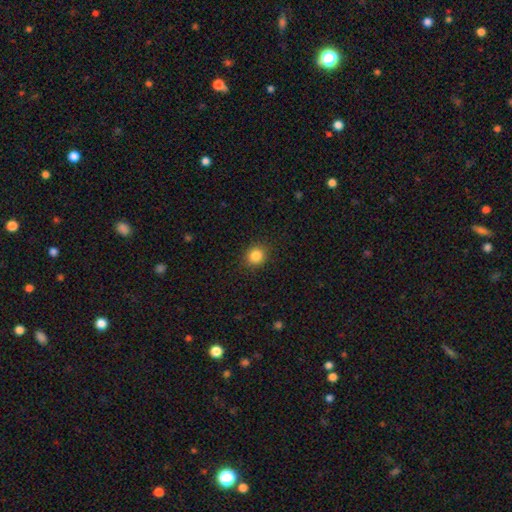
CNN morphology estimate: Smooth or featured: smooth — 85% (star or artifact — 10%)
How rounded: round — 78% (in between — 21%)
Merging: none — 90% (minor disturbance — 7%)